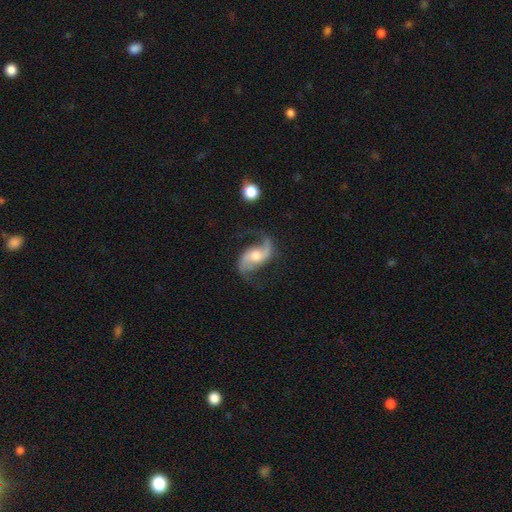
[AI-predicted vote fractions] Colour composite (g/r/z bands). It shows a featured or disk galaxy (87%) with no bar (48%), 2 (92%) loose (71%) spiral arms (97%) and a moderate central bulge (63%). Merging: none (70%).